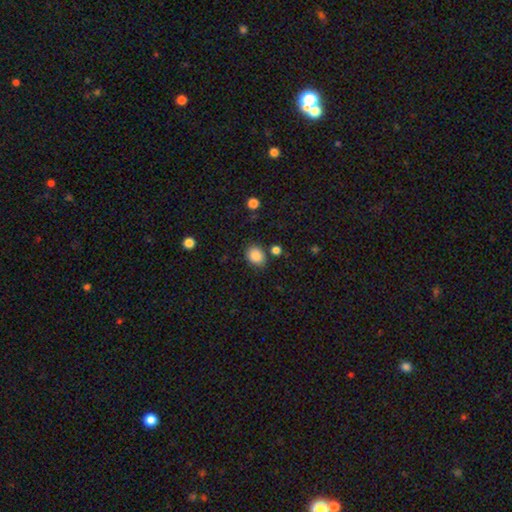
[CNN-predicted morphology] A smooth galaxy with no disk features (87%) that is round (51%).

Vote fractions:
- Smooth or featured? smooth: 87% / star or artifact: 9% / featured or disk: 4%
- How rounded? round: 51% / in between: 48% / cigar-shaped: 1%
- Merging? none: 79% / minor disturbance: 12% / merger: 5% / major disturbance: 3%